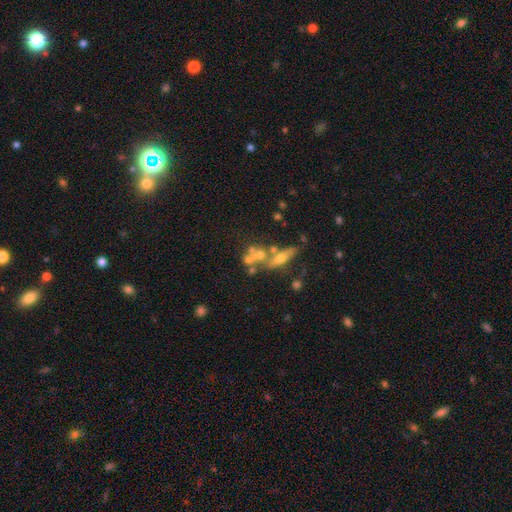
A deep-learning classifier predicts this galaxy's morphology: This appears to be a featured or disk galaxy (47%). Merging: merger (48%).